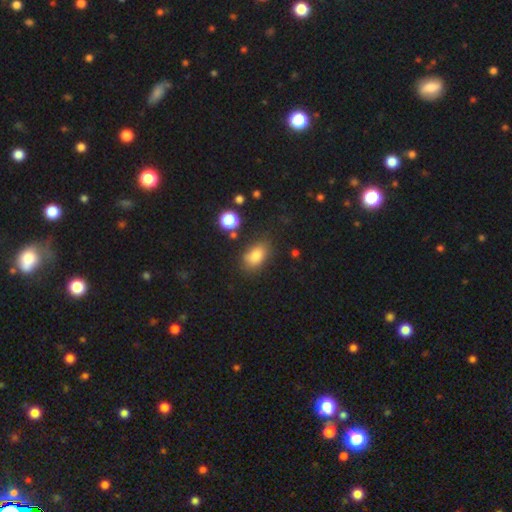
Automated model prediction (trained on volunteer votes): Smooth or featured? Predicted: smooth (p=0.81). How rounded? Predicted: in between (p=0.83). Merging? Predicted: none (p=0.73).